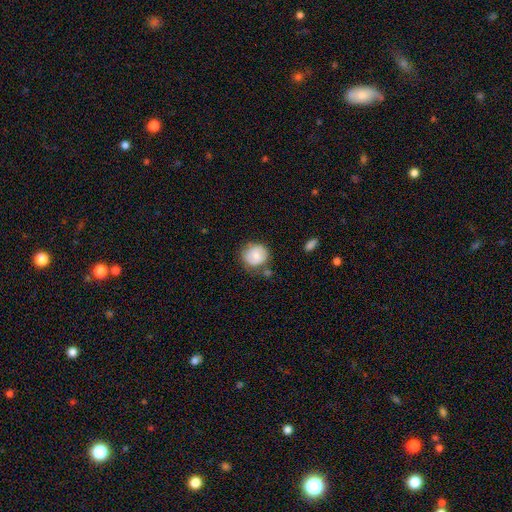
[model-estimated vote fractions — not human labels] This appears to be a smooth galaxy with no disk features (73%) that is round (83%). Merging: none (66%).